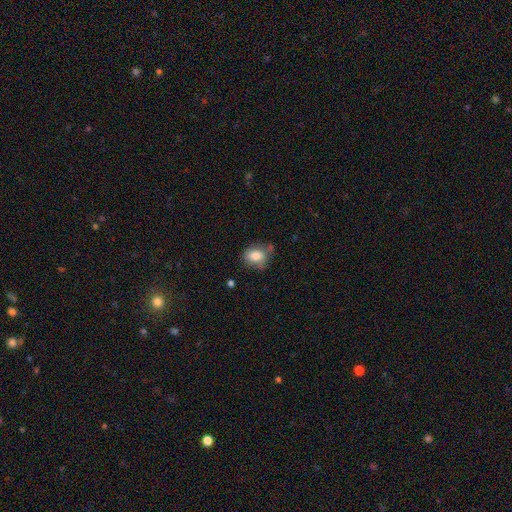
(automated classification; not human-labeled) Smooth or featured?
  - smooth: 81% *
  - featured or disk: 11%
  - star or artifact: 8%
How rounded?
  - in between: 67% *
  - round: 32%
  - cigar-shaped: 1%
Merging?
  - none: 56% *
  - minor disturbance: 28%
  - major disturbance: 8%
  - merger: 7%